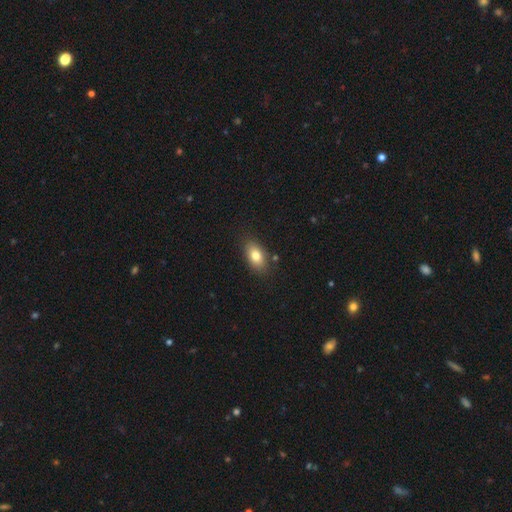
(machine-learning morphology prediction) This is likely a smooth galaxy (79%). How rounded: clearly in between (89%). Merging: clearly none (83%).